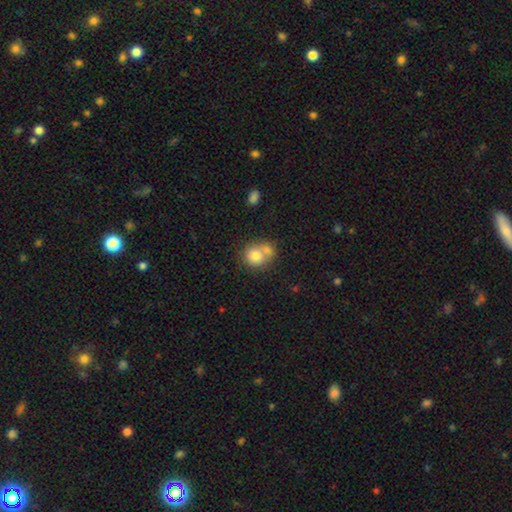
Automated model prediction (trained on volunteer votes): smooth 76%, featured or disk 15%, star or artifact 9%. Down the decision tree: how rounded — round (76%); merging — merger (51%).